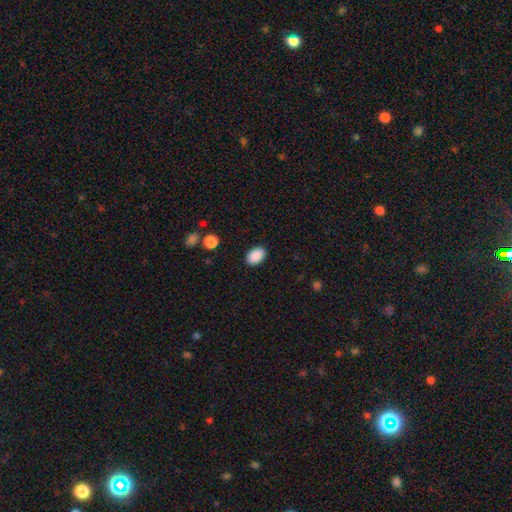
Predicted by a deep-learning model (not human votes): Smooth or featured?
  - smooth: 90% *
  - star or artifact: 7%
  - featured or disk: 3%
How rounded?
  - in between: 87% *
  - round: 12%
  - cigar-shaped: 1%
Merging?
  - none: 89% *
  - minor disturbance: 7%
  - major disturbance: 2%
  - merger: 1%